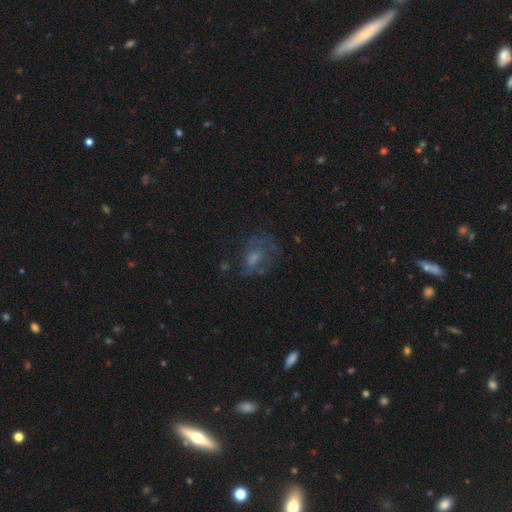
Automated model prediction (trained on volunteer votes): Q: Smooth or featured?
A: featured or disk (46%); runner-up: smooth (35%)
Q: Merging?
A: none (51%); runner-up: major disturbance (25%)